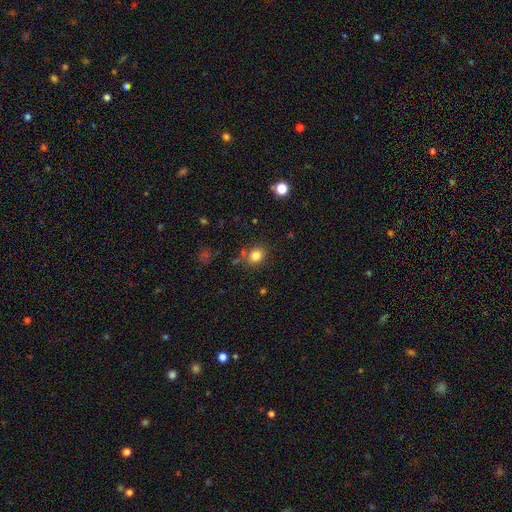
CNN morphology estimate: A smooth galaxy with no disk features (82%) that is round (66%).

Vote fractions:
- Smooth or featured? smooth: 82% / star or artifact: 12% / featured or disk: 6%
- How rounded? round: 66% / in between: 34% / cigar-shaped: 1%
- Merging? none: 77% / minor disturbance: 13% / merger: 6% / major disturbance: 4%